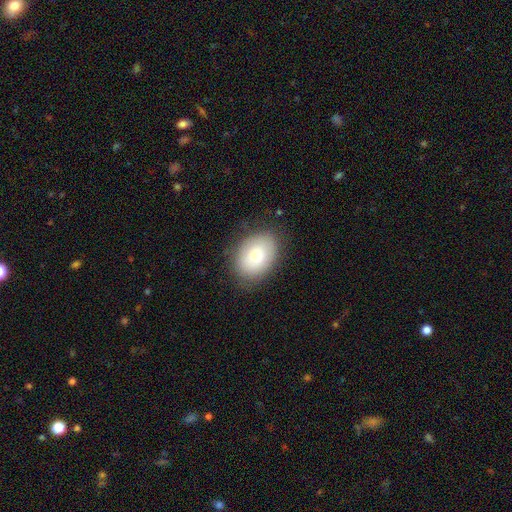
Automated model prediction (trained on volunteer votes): Morphology: type=smooth (76%); roundness=in between (75%); merging=none (81%).